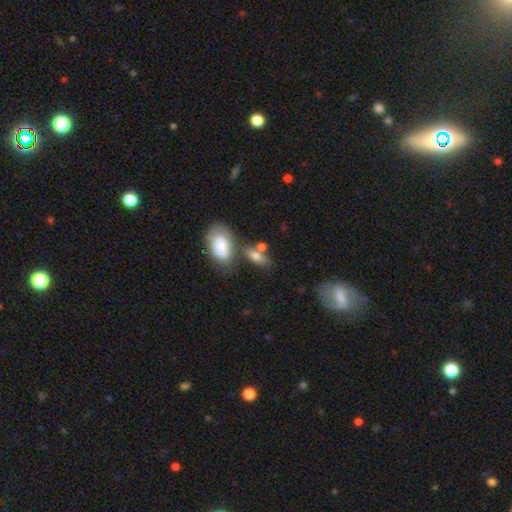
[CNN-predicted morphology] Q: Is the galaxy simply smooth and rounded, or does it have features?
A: smooth — 76%.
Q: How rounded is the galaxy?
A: in between — 81%.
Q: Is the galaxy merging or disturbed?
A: none — 53%.